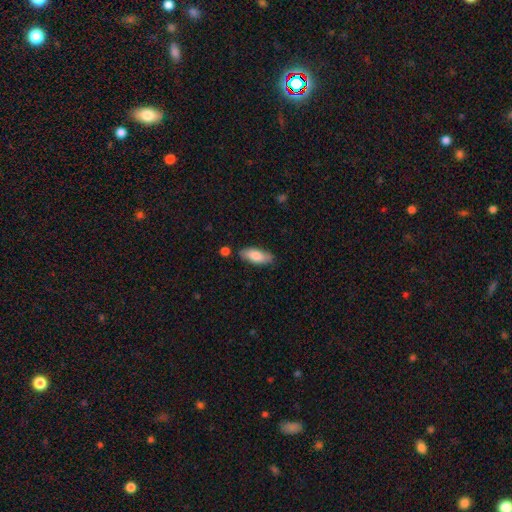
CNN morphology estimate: smooth-or-featured: smooth: 78% | featured or disk: 16% | star or artifact: 6%
  how-rounded: in between: 77% | cigar-shaped: 21% | round: 2%
  merging: none: 78% | minor disturbance: 15% | merger: 4% | major disturbance: 3%